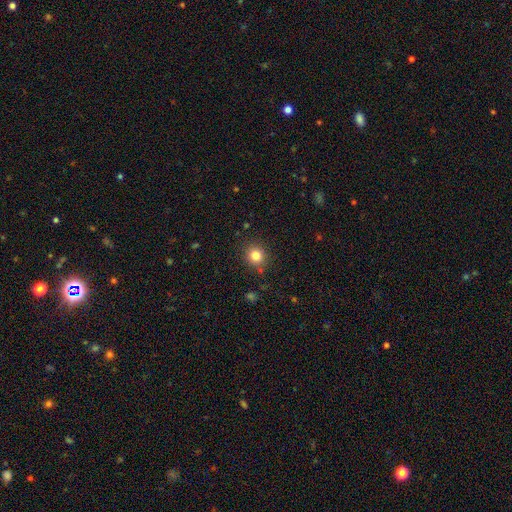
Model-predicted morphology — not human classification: A smooth galaxy with no disk features (81%) that is round (90%).

Vote fractions:
- Smooth or featured? smooth: 81% / star or artifact: 13% / featured or disk: 6%
- How rounded? round: 90% / in between: 9% / cigar-shaped: 1%
- Merging? none: 87% / minor disturbance: 8% / major disturbance: 3% / merger: 2%